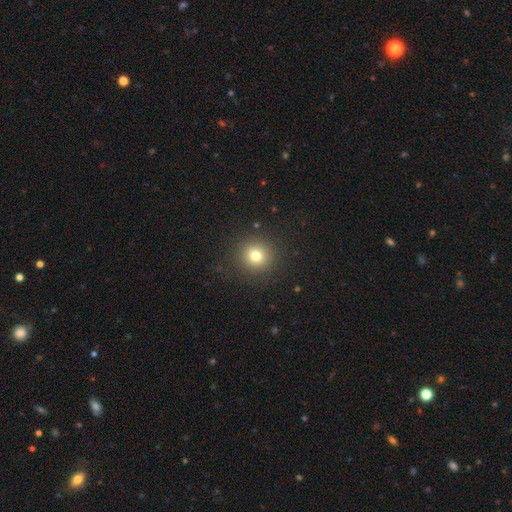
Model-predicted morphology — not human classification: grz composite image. It shows a smooth galaxy with no disk features (77%) that is round (93%). Merging: none (90%).